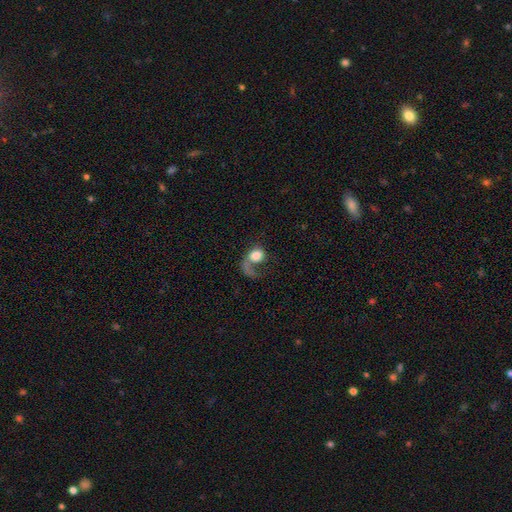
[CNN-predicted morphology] This is possibly a smooth galaxy (58%). How rounded: likely round (66%). Merging: possibly major disturbance (53%).